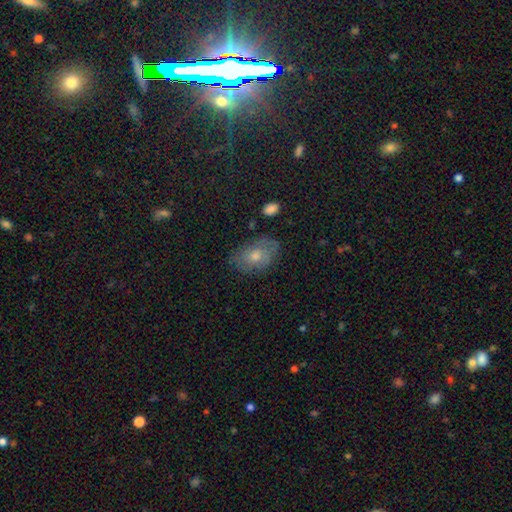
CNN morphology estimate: smooth_or_featured: smooth (p=0.49) [alt: featured or disk p=0.33]
merging: none (p=0.73) [alt: minor disturbance p=0.20]